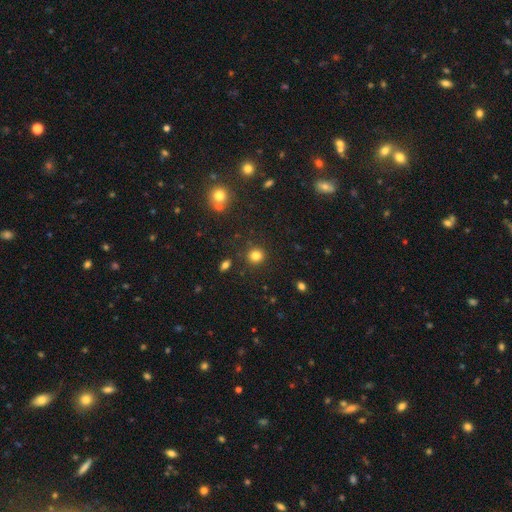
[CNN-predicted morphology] Smooth or featured?
  - smooth: 81% *
  - star or artifact: 13%
  - featured or disk: 6%
How rounded?
  - round: 89% *
  - in between: 10%
  - cigar-shaped: 1%
Merging?
  - none: 87% *
  - minor disturbance: 7%
  - merger: 3%
  - major disturbance: 3%